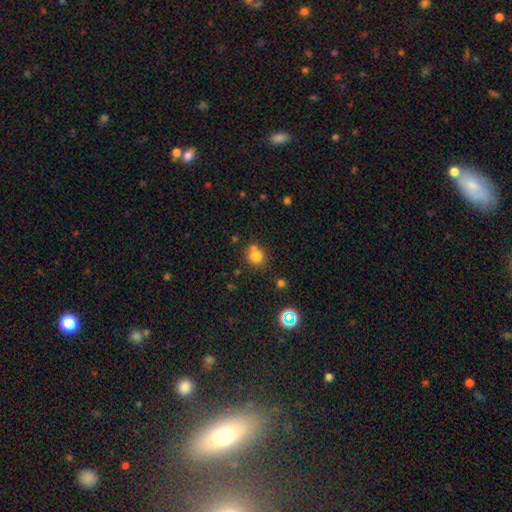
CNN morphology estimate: A smooth galaxy with no disk features (80%) that is round (78%). Merging: none (65%).